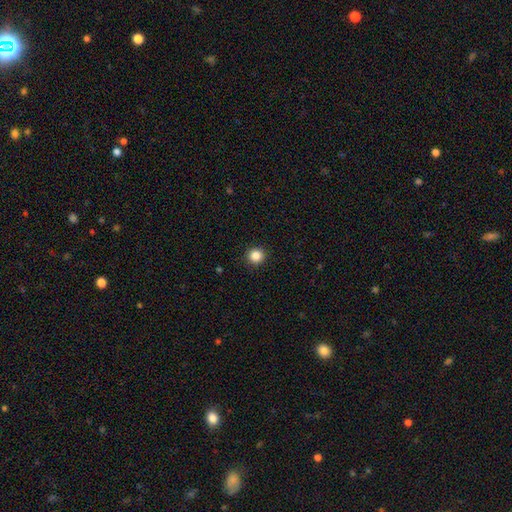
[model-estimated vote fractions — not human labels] This is clearly a smooth galaxy (85%). How rounded: clearly round (94%). Merging: clearly none (93%).